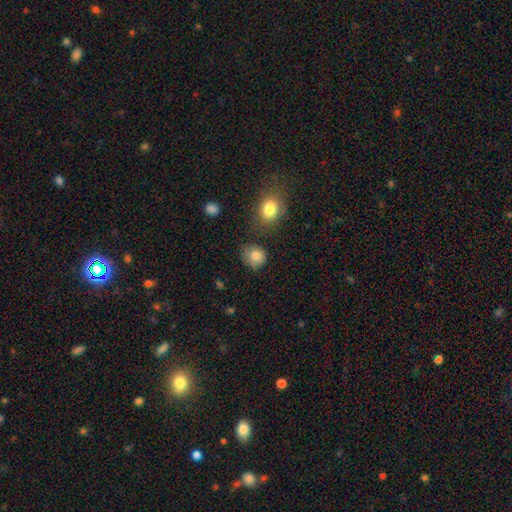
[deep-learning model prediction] smooth_or_featured: smooth (p=0.82) [alt: star or artifact p=0.10]
how_rounded: round (p=0.79) [alt: in between p=0.21]
merging: none (p=0.64) [alt: minor disturbance p=0.24]